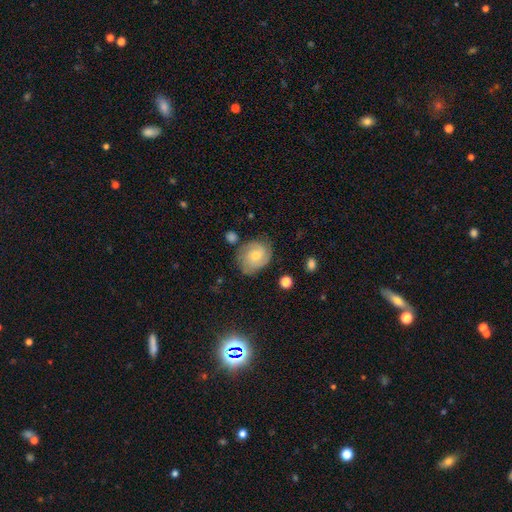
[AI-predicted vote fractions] featured or disk 64%, smooth 26%, star or artifact 10%. Down the decision tree: edge-on disk — no (97%); bar — no (71%); spiral arms — yes (91%); spiral arm count — 2 (33%); spiral winding — tight (58%); bulge size — small (48%, tied with moderate); merging — none (71%).